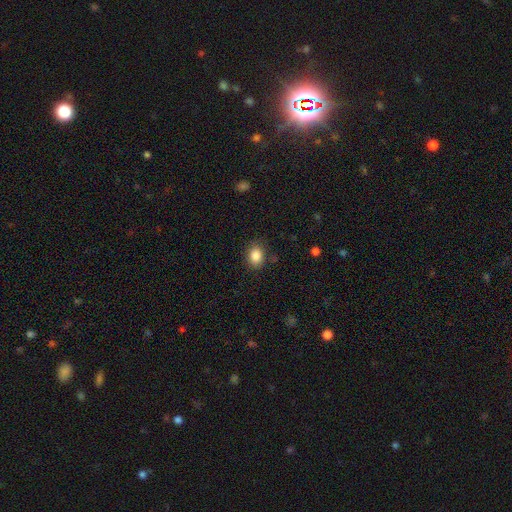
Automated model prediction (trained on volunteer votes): Smooth or featured? Predicted: smooth (p=0.86). How rounded? Predicted: in between (p=0.56). Merging? Predicted: none (p=0.82).